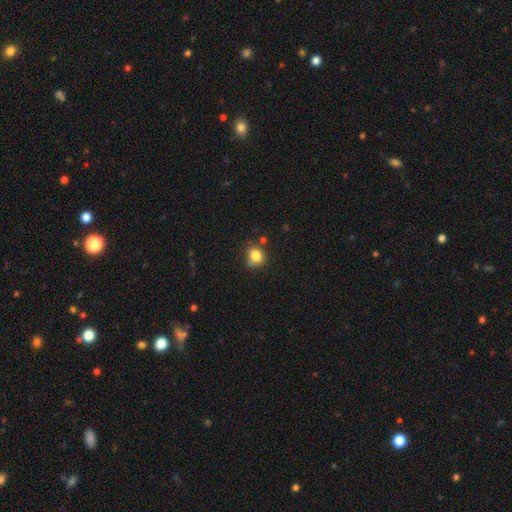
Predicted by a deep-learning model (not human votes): A smooth galaxy with no disk features (82%) that is round (78%). Merging: none (69%).